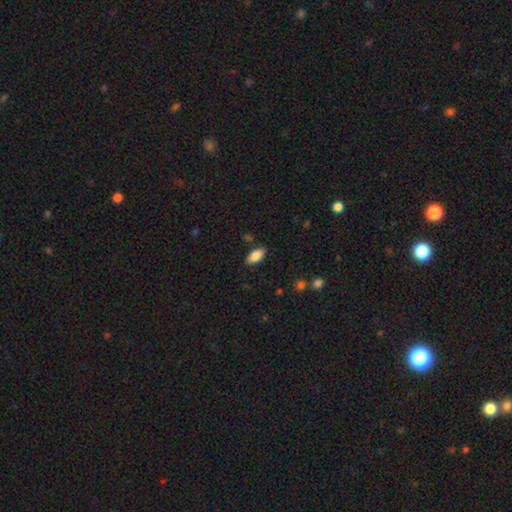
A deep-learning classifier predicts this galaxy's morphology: type=smooth (84%); roundness=in between (90%); merging=none (86%).